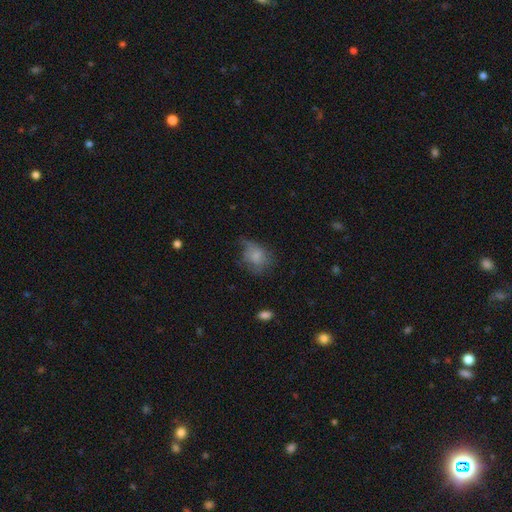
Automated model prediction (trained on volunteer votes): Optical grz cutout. It shows a smooth galaxy with no disk features (70%) that is in between round and cigar-shaped (59%). Merging: none (38%).